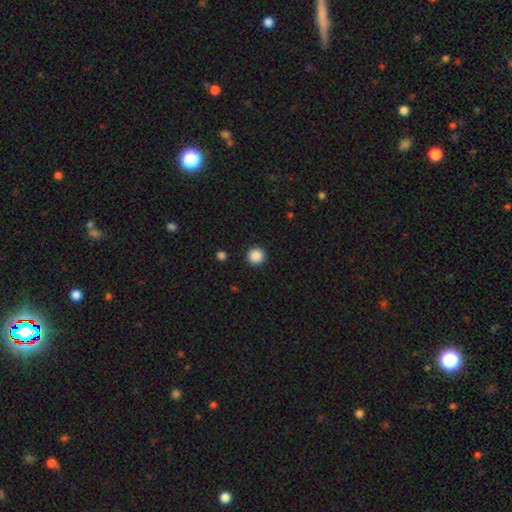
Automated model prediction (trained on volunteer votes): The model was most divided on "smooth or featured": smooth: 88%, star or artifact: 10%, featured or disk: 3%. More confident: how rounded — round (96%); merging — none (93%).